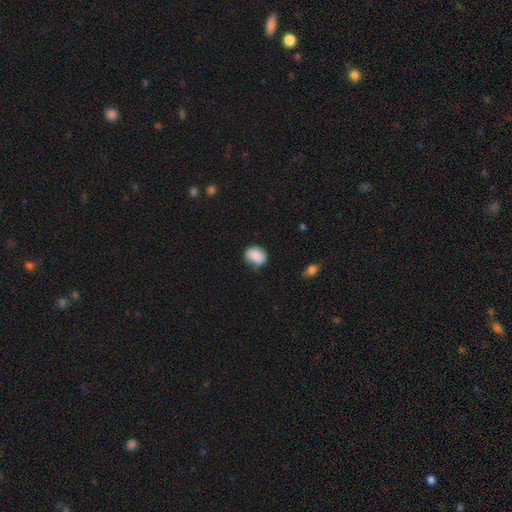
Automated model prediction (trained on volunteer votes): This is clearly a smooth galaxy (82%). How rounded: possibly in between (52%). Merging: likely none (62%).